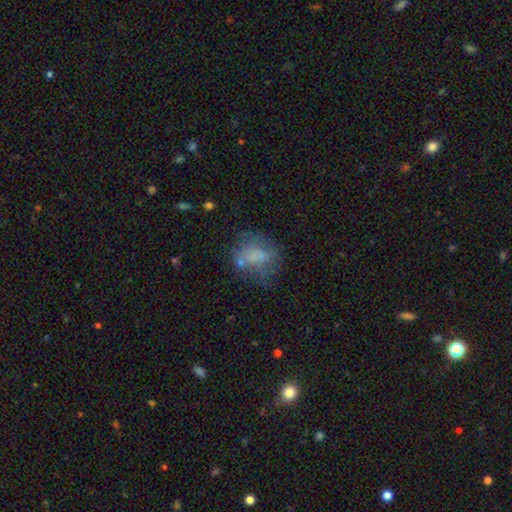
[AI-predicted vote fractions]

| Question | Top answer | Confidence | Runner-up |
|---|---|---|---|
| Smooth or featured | smooth | 58% | featured or disk (30%) |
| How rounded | in between | 52% | round (47%) |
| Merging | none | 46% | minor disturbance (23%) |